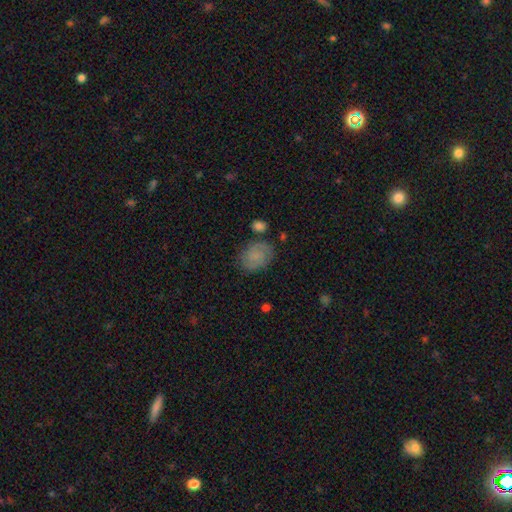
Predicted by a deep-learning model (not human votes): smooth_or_featured: smooth (p=0.51) [alt: featured or disk p=0.39]
how_rounded: in between (p=0.64) [alt: round p=0.34]
merging: none (p=0.70) [alt: minor disturbance p=0.19]